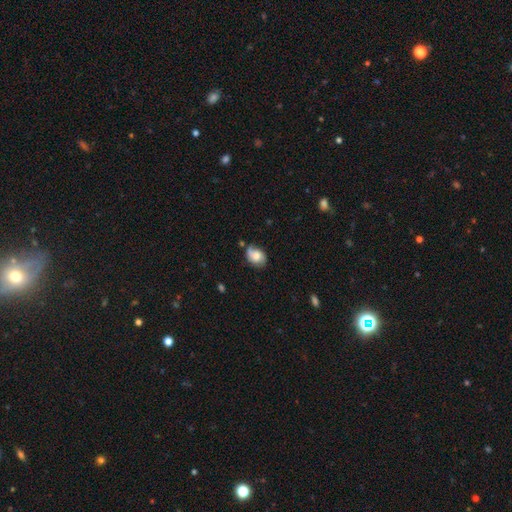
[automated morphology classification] Smooth or featured? smooth (51%)
How rounded? in between (64%)
Merging? none (60%)